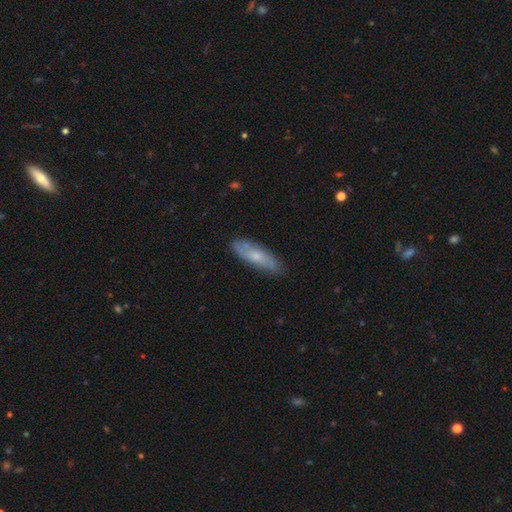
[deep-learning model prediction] This appears to be a smooth galaxy with no disk features (57%) that is cigar-shaped (52%). Merging: none (80%).